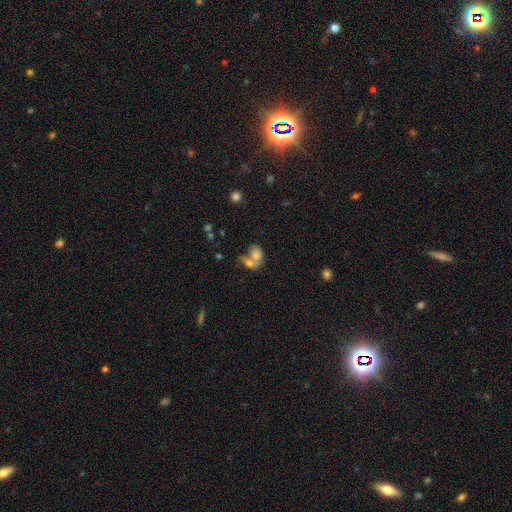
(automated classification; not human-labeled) smooth-or-featured: smooth: 69% | featured or disk: 21% | star or artifact: 9%
  how-rounded: in between: 76% | round: 22% | cigar-shaped: 2%
  merging: merger: 65% | none: 20% | minor disturbance: 9% | major disturbance: 6%